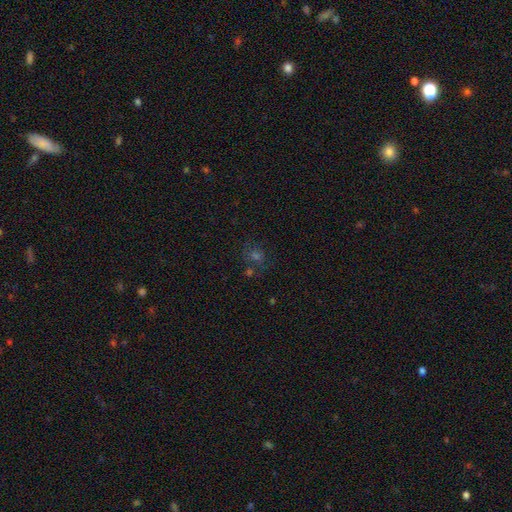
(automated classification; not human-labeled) Smooth or featured? star or artifact (41%)